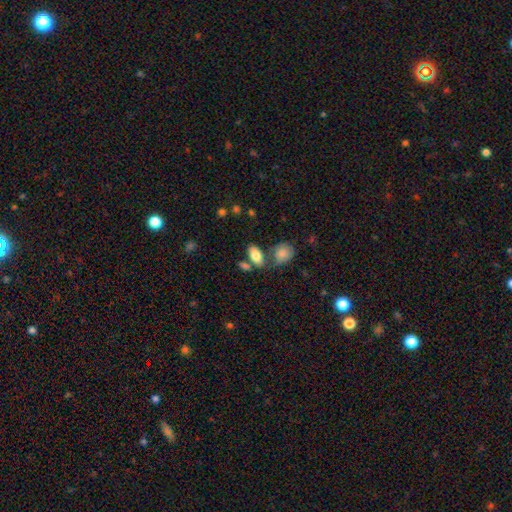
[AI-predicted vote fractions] Q: Smooth or featured?
A: smooth (81%); runner-up: featured or disk (12%)
Q: How rounded?
A: in between (90%); runner-up: cigar-shaped (6%)
Q: Merging?
A: none (63%); runner-up: merger (20%)